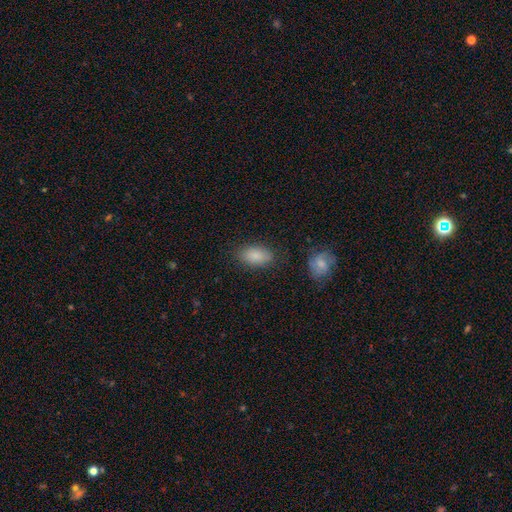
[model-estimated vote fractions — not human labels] Smooth or featured? Predicted: smooth (p=0.86). How rounded? Predicted: in between (p=0.92). Merging? Predicted: none (p=0.81).